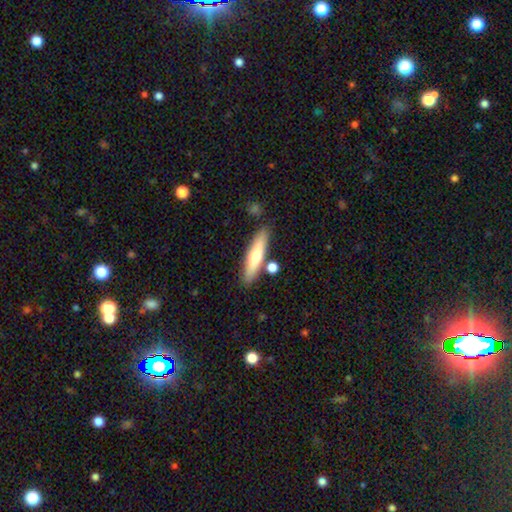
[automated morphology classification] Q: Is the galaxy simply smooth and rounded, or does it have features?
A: smooth — 63%.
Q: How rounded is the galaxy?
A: cigar-shaped — 78%.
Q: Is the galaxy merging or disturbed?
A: none — 81%.